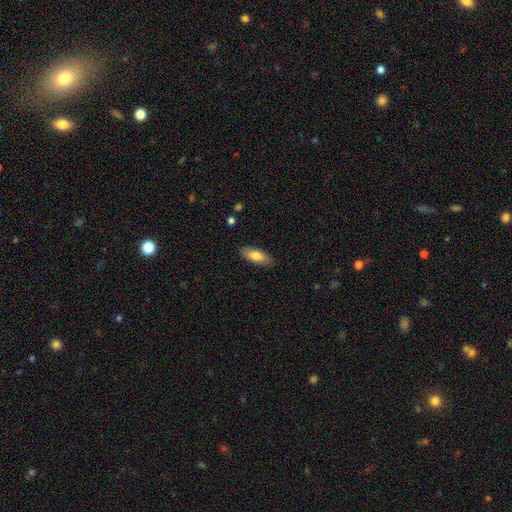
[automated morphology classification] Overall: smooth (78%). How rounded: in between (71%). Merging: none (87%).